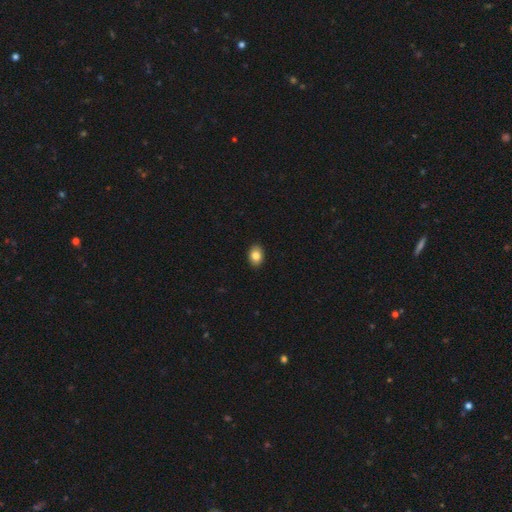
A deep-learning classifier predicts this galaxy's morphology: This appears to be a smooth galaxy with no disk features (84%) that is in between round and cigar-shaped (76%). Merging: none (91%).